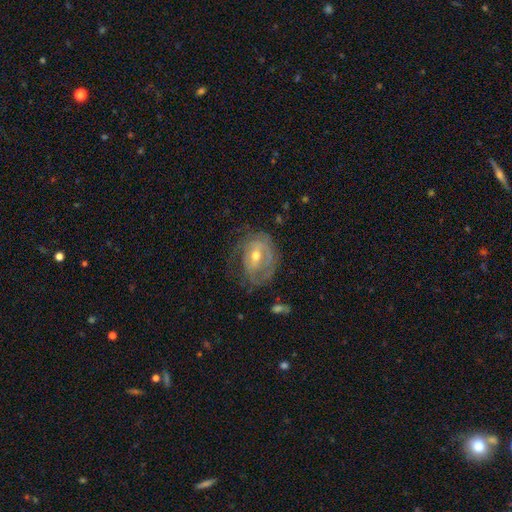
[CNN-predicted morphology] The model was most divided on "bar": weak: 44%, no: 40%, strong: 16%. More confident: edge-on disk — no (96%); smooth or featured — featured or disk (74%); spiral arms — yes (70%); bulge size — moderate (64%); merging — none (54%).